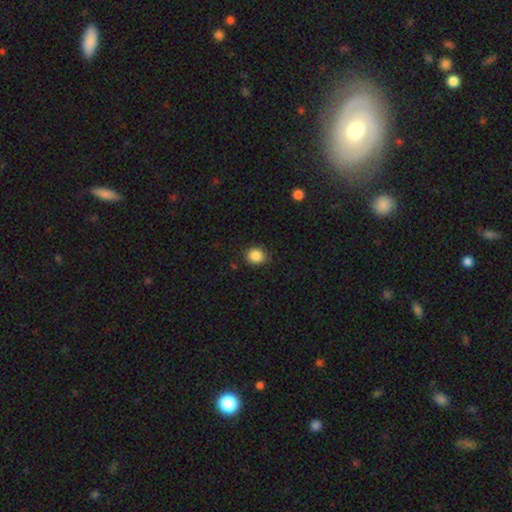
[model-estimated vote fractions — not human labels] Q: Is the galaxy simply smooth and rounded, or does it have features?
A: smooth — 86%.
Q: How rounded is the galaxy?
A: round — 74%.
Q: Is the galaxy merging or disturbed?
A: none — 84%.